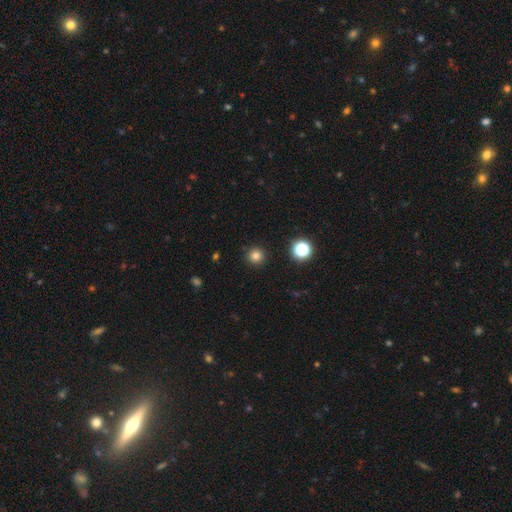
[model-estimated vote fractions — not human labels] The model was most divided on "smooth or featured": smooth: 80%, star or artifact: 15%, featured or disk: 5%. More confident: how rounded — round (96%); merging — none (92%).